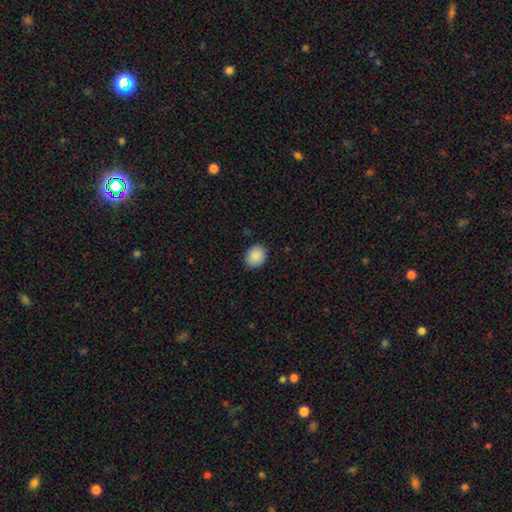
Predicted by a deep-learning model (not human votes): This is clearly a smooth galaxy (89%). How rounded: possibly round (58%). Merging: clearly none (88%).